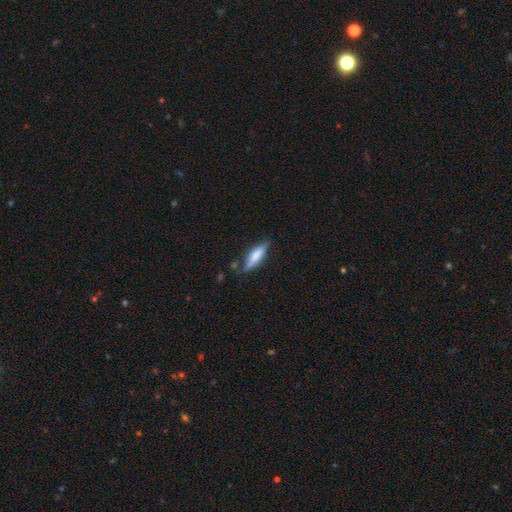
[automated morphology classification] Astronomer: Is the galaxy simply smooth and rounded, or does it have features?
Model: smooth — 62%.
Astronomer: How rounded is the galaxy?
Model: cigar-shaped — 63%.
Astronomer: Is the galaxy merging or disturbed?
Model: none — 72%.